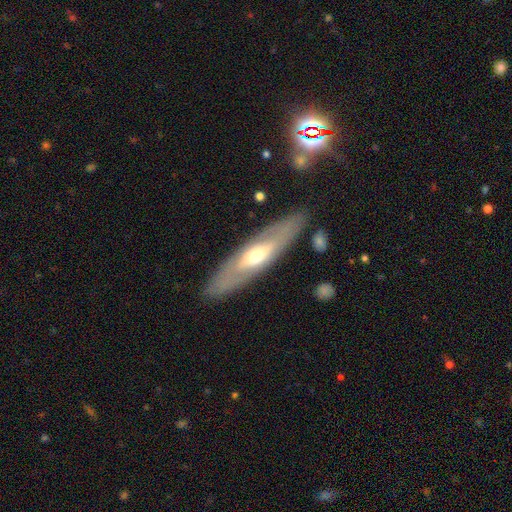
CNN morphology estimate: Overall: featured or disk (59%; smooth 35%). Edge-on disk: no (55%; yes 45%). Merging: none (85%).